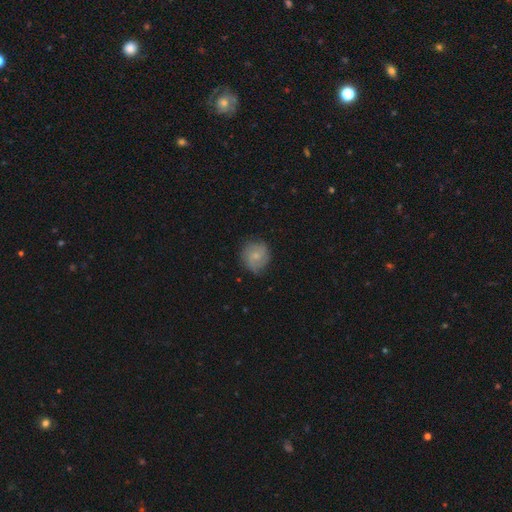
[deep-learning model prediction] smooth_or_featured: smooth (p=0.59) [alt: featured or disk p=0.33]
how_rounded: round (p=0.87) [alt: in between p=0.12]
merging: none (p=0.75) [alt: minor disturbance p=0.19]